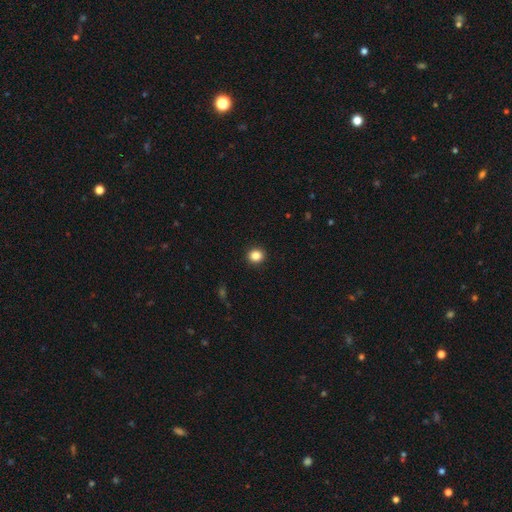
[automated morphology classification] A smooth galaxy with no disk features (86%) that is round (83%).

Vote fractions:
- Smooth or featured? smooth: 86% / star or artifact: 10% / featured or disk: 4%
- How rounded? round: 83% / in between: 17% / cigar-shaped: 1%
- Merging? none: 92% / minor disturbance: 5% / major disturbance: 2% / merger: 1%